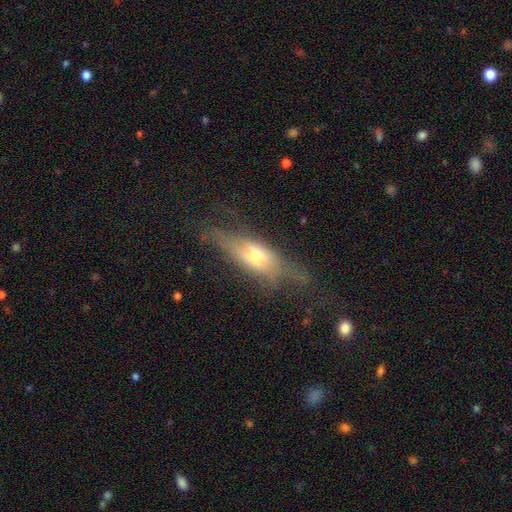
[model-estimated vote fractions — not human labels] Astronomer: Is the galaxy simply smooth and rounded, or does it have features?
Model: featured or disk — 53% (runner-up: smooth, 39%).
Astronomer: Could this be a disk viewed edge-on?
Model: yes — 72%.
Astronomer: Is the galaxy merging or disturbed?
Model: none — 51%.